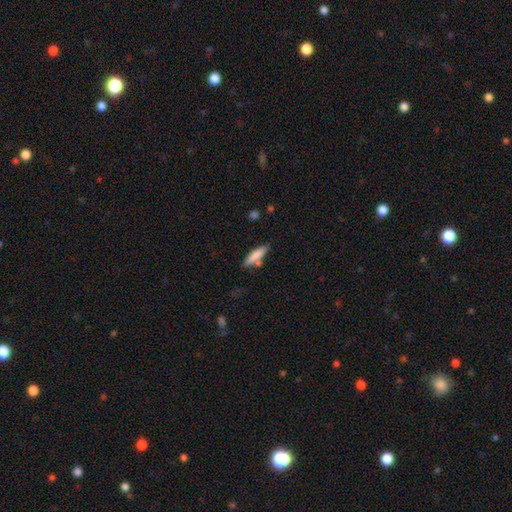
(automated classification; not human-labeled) smooth_or_featured: smooth (p=0.78) [alt: featured or disk p=0.16]
how_rounded: cigar-shaped (p=0.77) [alt: in between p=0.22]
merging: none (p=0.71) [alt: minor disturbance p=0.16]